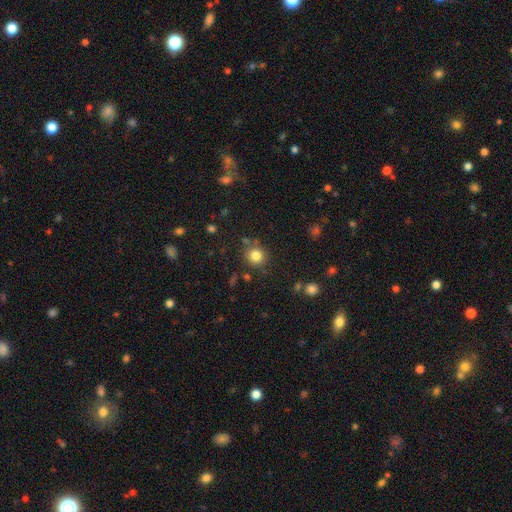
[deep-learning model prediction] smooth 82%, star or artifact 12%, featured or disk 6%. Down the decision tree: how rounded — round (91%); merging — none (80%).